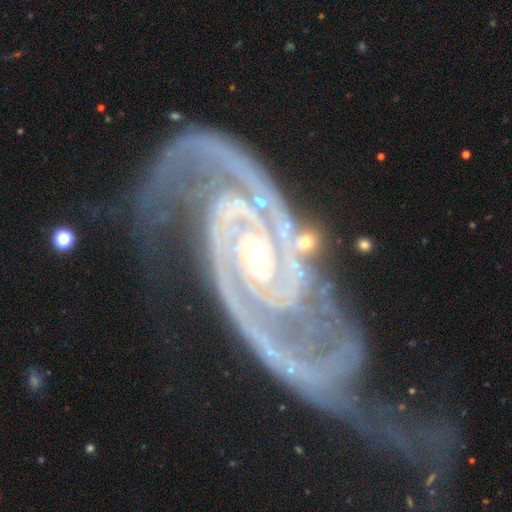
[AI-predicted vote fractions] featured or disk 94%, star or artifact 4%, smooth 2%. Down the decision tree: edge-on disk — no (97%); bar — no (51%); spiral arms — yes (99%); spiral arm count — 2 (83%); spiral winding — tight (46%); bulge size — small (62%); merging — none (39%).